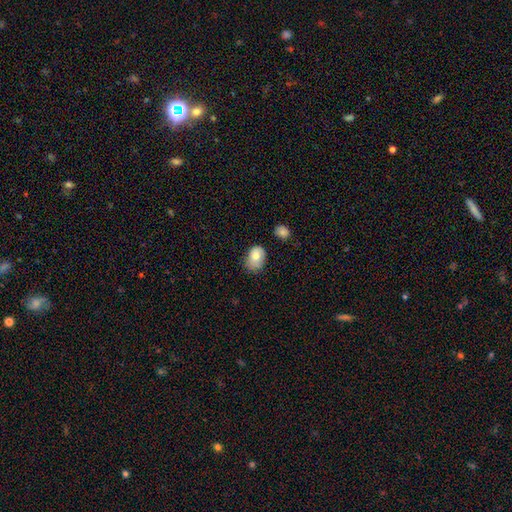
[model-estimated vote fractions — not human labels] This appears to be a smooth galaxy with no disk features (78%) that is in between round and cigar-shaped (74%). Merging: none (55%).